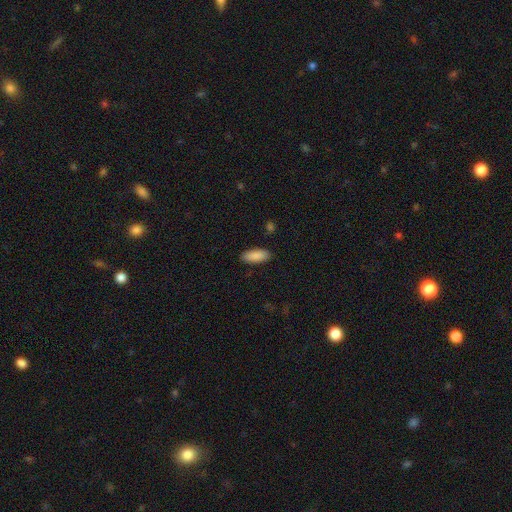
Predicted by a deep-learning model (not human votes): Smooth or featured? Predicted: smooth (p=0.89). How rounded? Predicted: in between (p=0.78). Merging? Predicted: none (p=0.89).